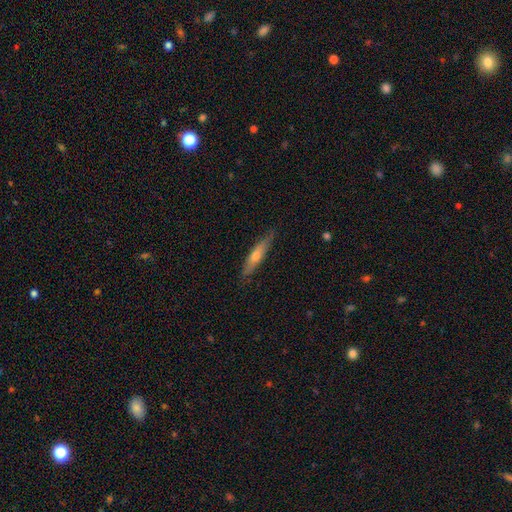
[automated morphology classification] type=featured or disk (51%); edge-on=yes (87%); merging=none (85%).